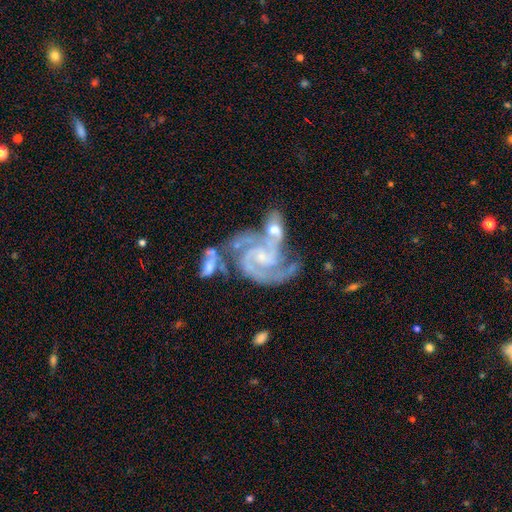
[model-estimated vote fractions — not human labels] A featured or disk galaxy (92%) with no bar (53%), 2 (63%) medium (48%) spiral arms (98%) and a small central bulge (73%).

Vote fractions:
- Smooth or featured? featured or disk: 92% / star or artifact: 4% / smooth: 3%
- Edge-on disk? no: 98% / yes: 2%
- Bar? no: 53% / weak: 36% / strong: 11%
- Spiral arms? yes: 98% / no: 2%
- Spiral winding? medium: 48% / tight: 44% / loose: 9%
- Spiral arm count? 2: 63% / 3: 21% / can't tell: 6% / 4: 4% / 1: 3% / more than 4: 3%
- Bulge size? small: 73% / moderate: 17% / none: 8% / large: 1% / dominant: 1%
- Merging? merger: 44% / none: 27% / minor disturbance: 16% / major disturbance: 13%